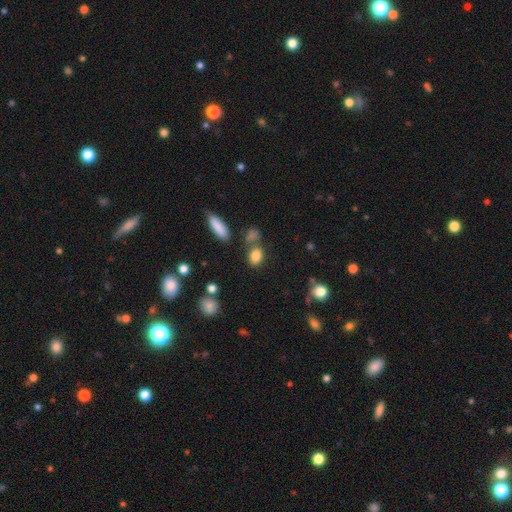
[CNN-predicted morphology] Q: Smooth or featured?
A: smooth (83%); runner-up: star or artifact (11%)
Q: How rounded?
A: in between (70%); runner-up: round (27%)
Q: Merging?
A: none (63%); runner-up: merger (17%)